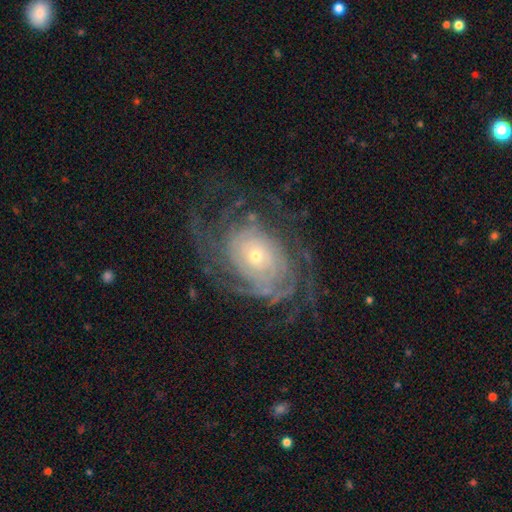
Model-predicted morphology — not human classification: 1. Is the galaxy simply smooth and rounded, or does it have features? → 87% featured or disk, 7% smooth, 6% star or artifact.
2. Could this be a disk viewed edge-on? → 96% no, 4% yes.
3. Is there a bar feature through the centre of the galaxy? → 79% no, 15% weak, 6% strong.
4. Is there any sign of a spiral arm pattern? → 95% yes, 5% no.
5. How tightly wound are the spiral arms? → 71% tight, 22% medium, 7% loose.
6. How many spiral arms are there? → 35% can't tell, 17% 4, 15% 2, 14% more than 4, 13% 3, 7% 1.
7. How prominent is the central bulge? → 63% small, 31% moderate, 3% large, 1% dominant, 1% none.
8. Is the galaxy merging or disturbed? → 68% none, 16% minor disturbance, 15% major disturbance, 1% merger.